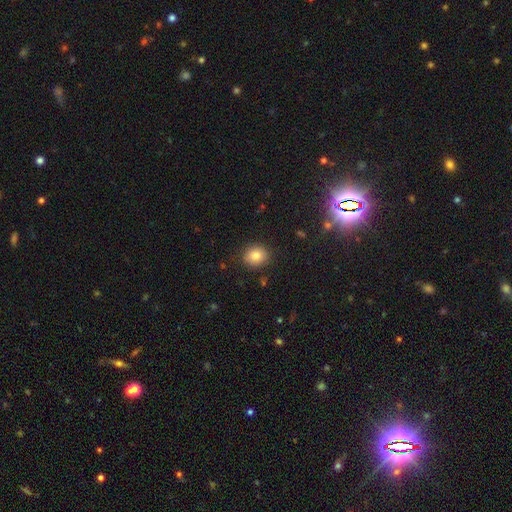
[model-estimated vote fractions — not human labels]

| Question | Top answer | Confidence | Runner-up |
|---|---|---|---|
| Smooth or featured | smooth | 83% | star or artifact (10%) |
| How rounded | round | 72% | in between (27%) |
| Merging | none | 88% | minor disturbance (9%) |